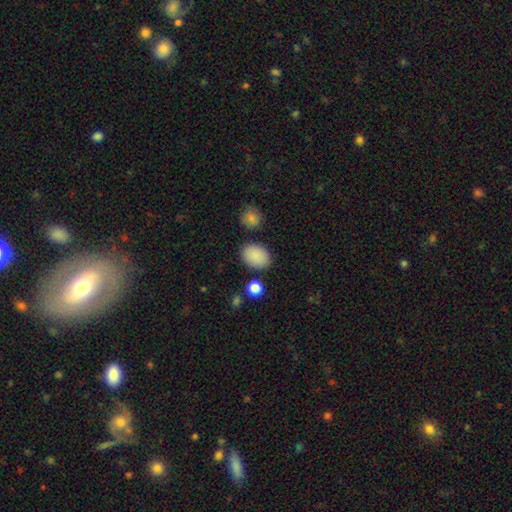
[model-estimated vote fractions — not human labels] smooth 88%, star or artifact 8%, featured or disk 4%. Down the decision tree: how rounded — in between (78%); merging — none (83%).